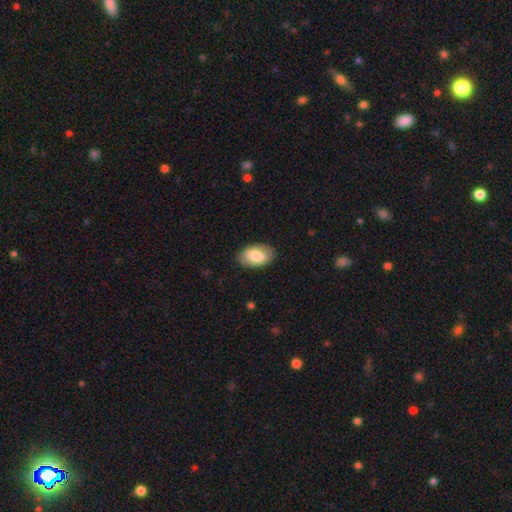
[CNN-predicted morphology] Smooth or featured? Predicted: smooth (p=0.81). How rounded? Predicted: in between (p=0.94). Merging? Predicted: none (p=0.86).